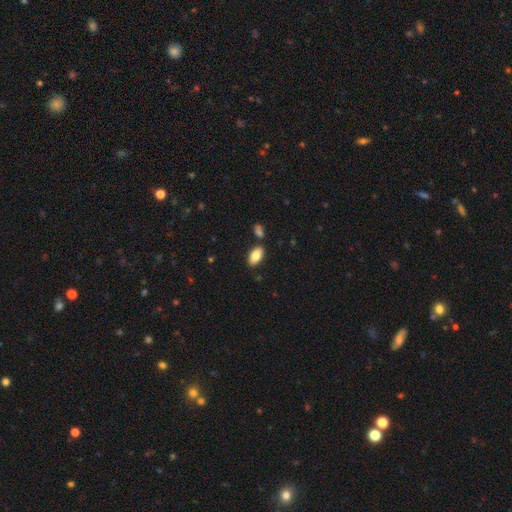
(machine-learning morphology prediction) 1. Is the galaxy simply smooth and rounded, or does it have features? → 82% smooth, 11% featured or disk, 7% star or artifact.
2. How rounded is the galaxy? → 93% in between, 4% cigar-shaped, 3% round.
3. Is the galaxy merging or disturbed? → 82% none, 9% minor disturbance, 6% merger, 2% major disturbance.